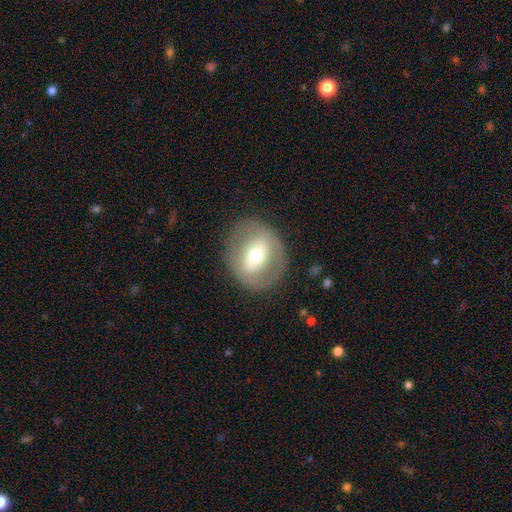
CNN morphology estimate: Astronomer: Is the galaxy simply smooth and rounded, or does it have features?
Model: featured or disk — 49% (runner-up: smooth, 43%).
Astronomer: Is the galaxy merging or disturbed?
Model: none — 80%.